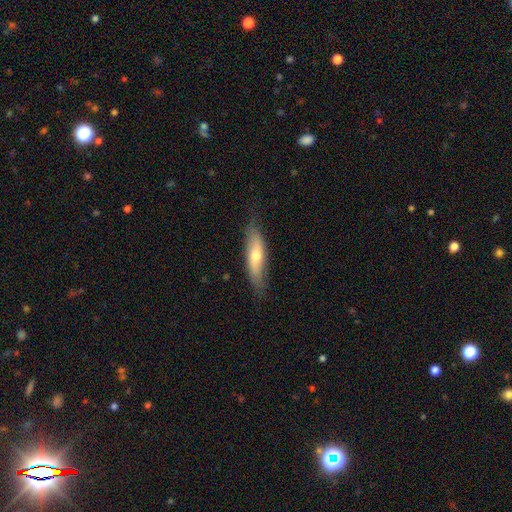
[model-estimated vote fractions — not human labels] A smooth galaxy with no disk features (56%) that is cigar-shaped (63%).

Vote fractions:
- Smooth or featured? smooth: 56% / featured or disk: 38% / star or artifact: 6%
- How rounded? cigar-shaped: 63% / in between: 35% / round: 2%
- Merging? none: 77% / minor disturbance: 18% / major disturbance: 4% / merger: 1%